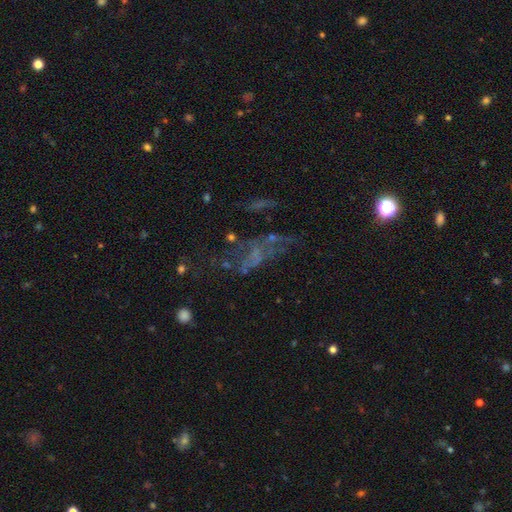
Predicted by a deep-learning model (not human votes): The model was most divided on "merging": none: 39%, major disturbance: 35%, minor disturbance: 16%, merger: 10%. Remaining: smooth or featured — featured or disk (47%).